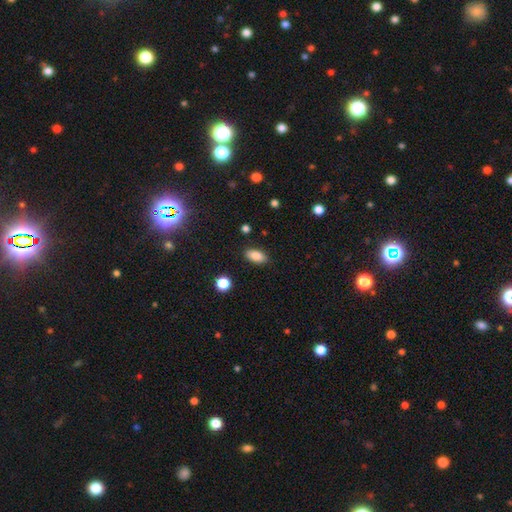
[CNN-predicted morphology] type=smooth (86%); roundness=in between (90%); merging=none (87%).